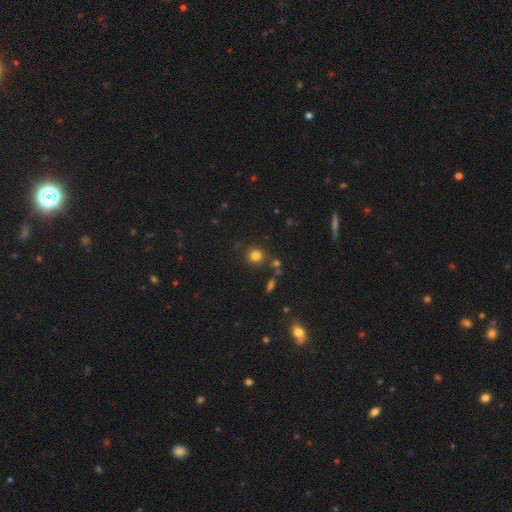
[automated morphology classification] Smooth or featured? smooth (78%)
How rounded? round (88%)
Merging? none (81%)